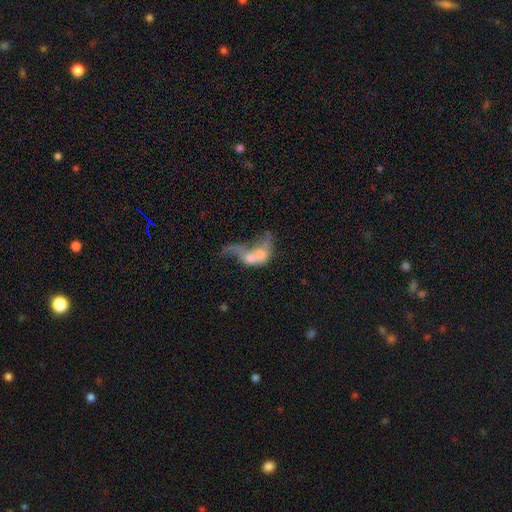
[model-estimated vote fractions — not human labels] smooth-or-featured: featured or disk: 46% | smooth: 44% | star or artifact: 10%
  merging: merger: 67% | major disturbance: 20% | none: 8% | minor disturbance: 5%